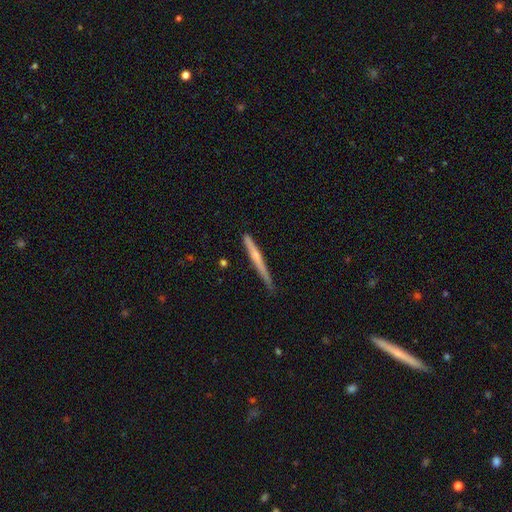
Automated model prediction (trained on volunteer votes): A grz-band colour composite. It shows a featured or disk galaxy (52%) viewed edge-on (97%) with no central bulge (49%). Merging: none (74%).